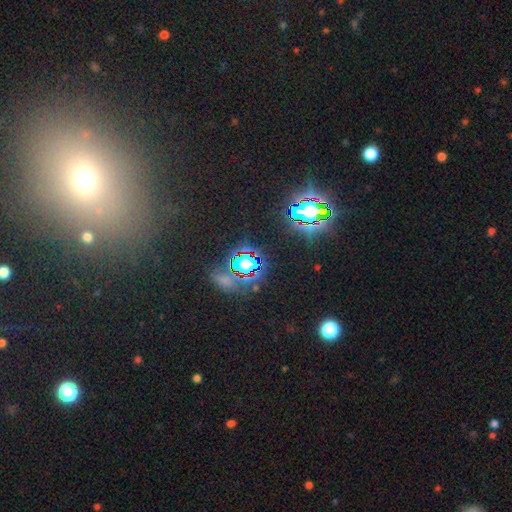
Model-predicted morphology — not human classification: Smooth or featured?
  - star or artifact: 76% *
  - smooth: 16%
  - featured or disk: 8%